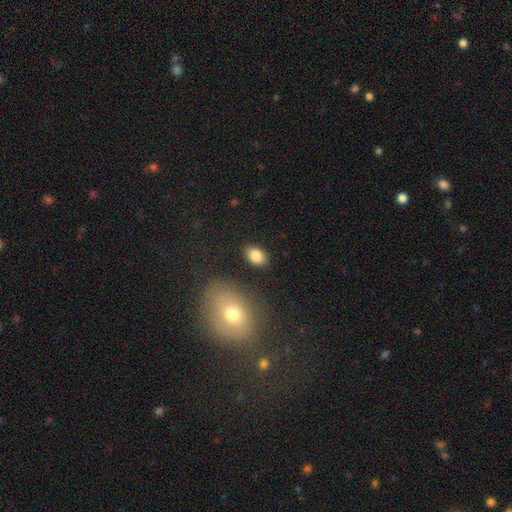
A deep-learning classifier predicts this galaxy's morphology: smooth-or-featured: smooth: 84% | featured or disk: 8% | star or artifact: 8%
  how-rounded: in between: 86% | round: 13% | cigar-shaped: 1%
  merging: none: 85% | minor disturbance: 9% | merger: 3% | major disturbance: 3%